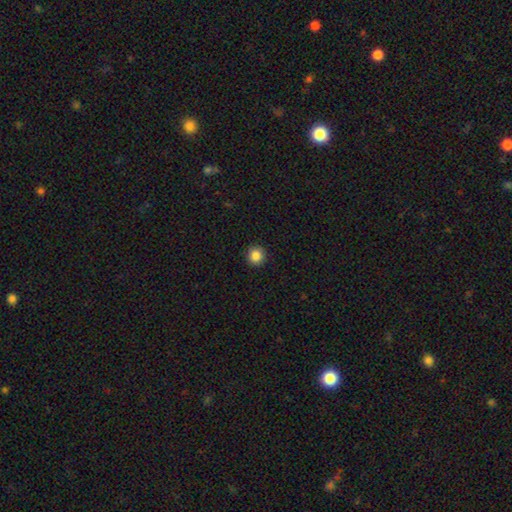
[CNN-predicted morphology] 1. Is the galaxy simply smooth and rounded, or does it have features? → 85% smooth, 11% star or artifact, 4% featured or disk.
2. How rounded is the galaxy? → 94% round, 5% in between, 1% cigar-shaped.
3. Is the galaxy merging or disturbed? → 93% none, 5% minor disturbance, 2% major disturbance, 1% merger.